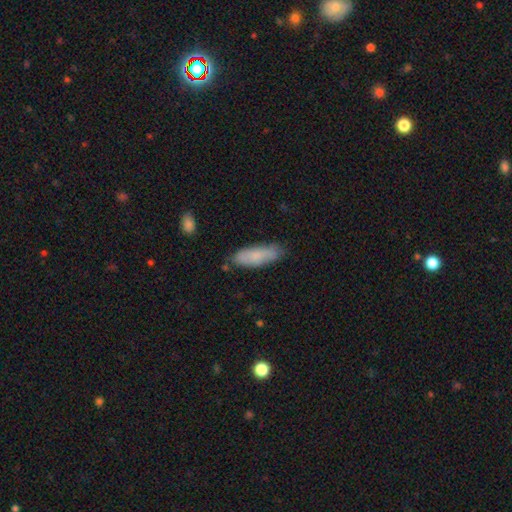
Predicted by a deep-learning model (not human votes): A smooth galaxy with no disk features (78%) that is in between round and cigar-shaped (53%). Merging: none (77%).